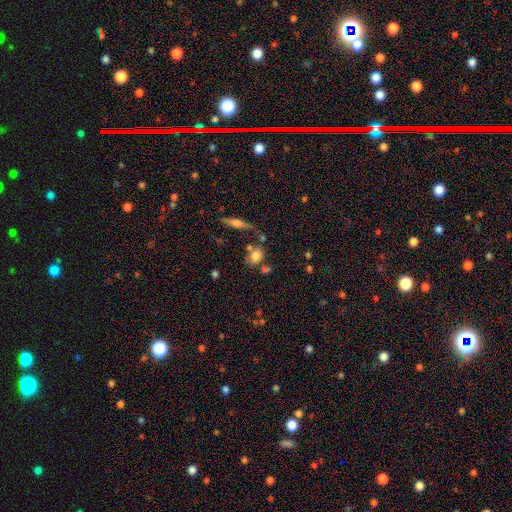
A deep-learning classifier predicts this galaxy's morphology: smooth-or-featured: smooth: 78% | featured or disk: 11% | star or artifact: 11%
  how-rounded: in between: 50% | round: 47% | cigar-shaped: 4%
  merging: none: 57% | merger: 22% | minor disturbance: 15% | major disturbance: 6%